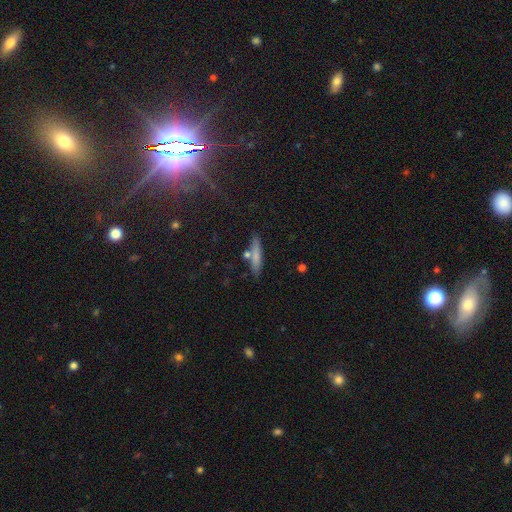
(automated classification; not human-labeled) Smooth or featured? smooth (70%)
How rounded? cigar-shaped (84%)
Merging? none (78%)